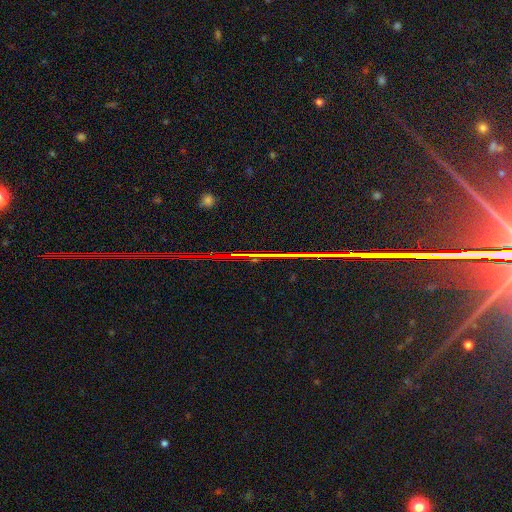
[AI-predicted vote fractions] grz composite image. It shows a star or artifact, not a galaxy (88%).